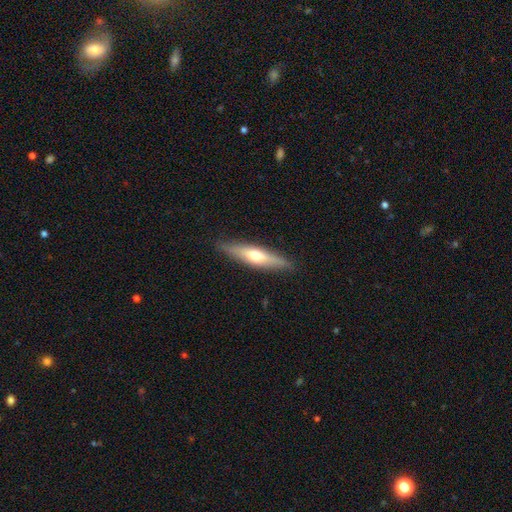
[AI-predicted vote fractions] Smooth or featured? Predicted: featured or disk (p=0.50). Merging? Predicted: none (p=0.87).